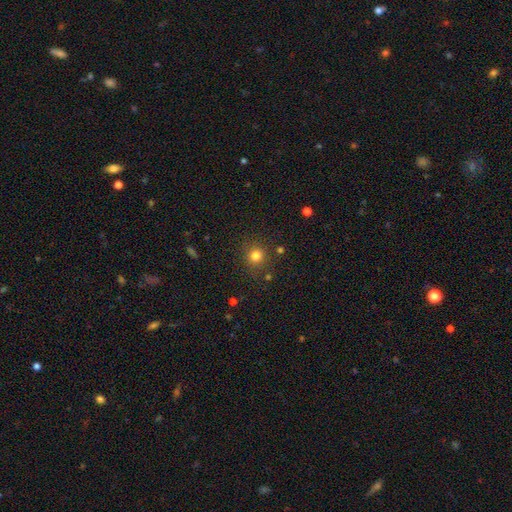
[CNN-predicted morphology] This appears to be a smooth galaxy with no disk features (80%) that is round (92%). Merging: none (86%).